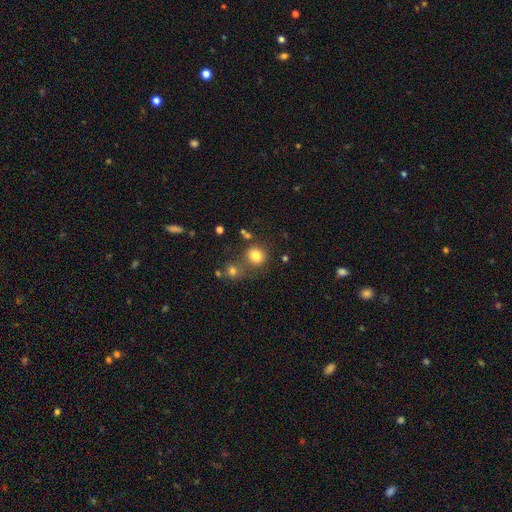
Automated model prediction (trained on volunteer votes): A smooth galaxy with no disk features (80%) that is round (80%).

Vote fractions:
- Smooth or featured? smooth: 80% / star or artifact: 13% / featured or disk: 7%
- How rounded? round: 80% / in between: 19% / cigar-shaped: 1%
- Merging? none: 66% / merger: 18% / minor disturbance: 11% / major disturbance: 5%